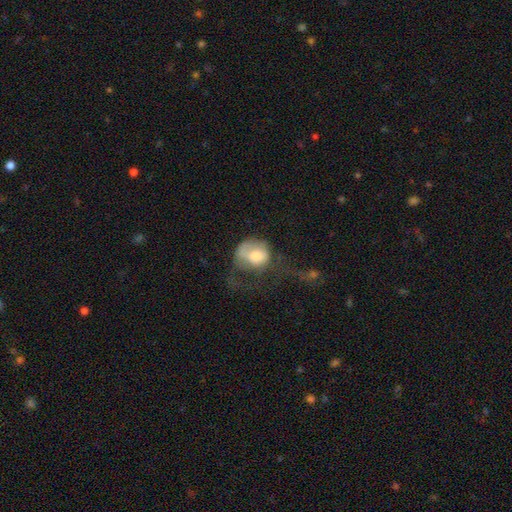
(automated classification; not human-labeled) The model was most divided on "how rounded": round: 52%, in between: 47%, cigar-shaped: 1%. More confident: smooth or featured — smooth (61%); merging — major disturbance (59%).